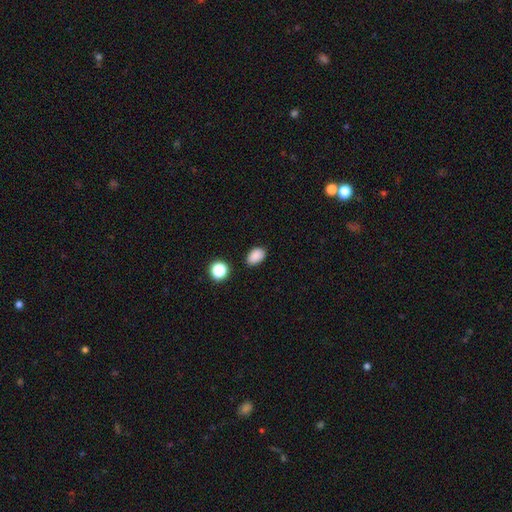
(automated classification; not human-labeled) Smooth or featured? smooth (86%)
How rounded? in between (85%)
Merging? none (84%)